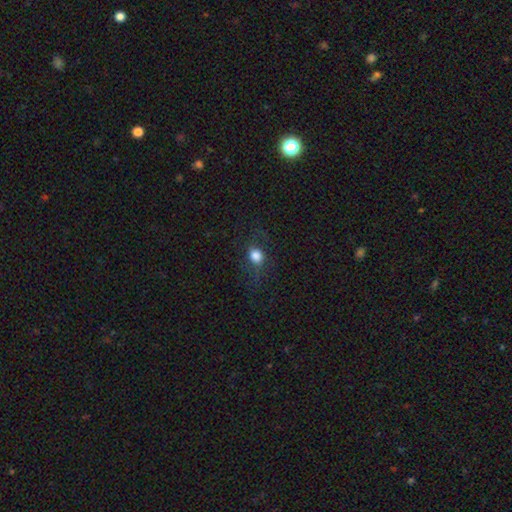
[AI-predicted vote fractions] Q: Smooth or featured?
A: smooth (69%); runner-up: featured or disk (16%)
Q: How rounded?
A: round (64%); runner-up: in between (34%)
Q: Merging?
A: none (70%); runner-up: minor disturbance (17%)